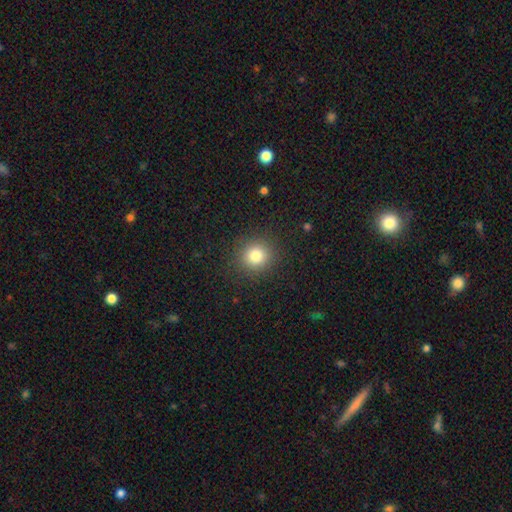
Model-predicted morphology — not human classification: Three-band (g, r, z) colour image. It shows a smooth galaxy with no disk features (81%) that is round (90%). Merging: none (89%).